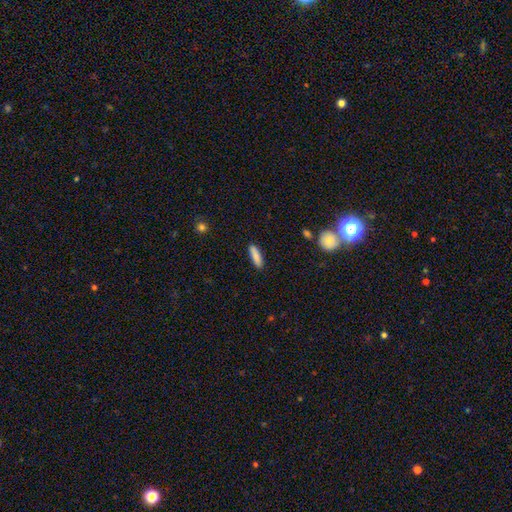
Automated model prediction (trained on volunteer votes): This appears to be a smooth galaxy with no disk features (86%) that is cigar-shaped (68%). Merging: none (89%).